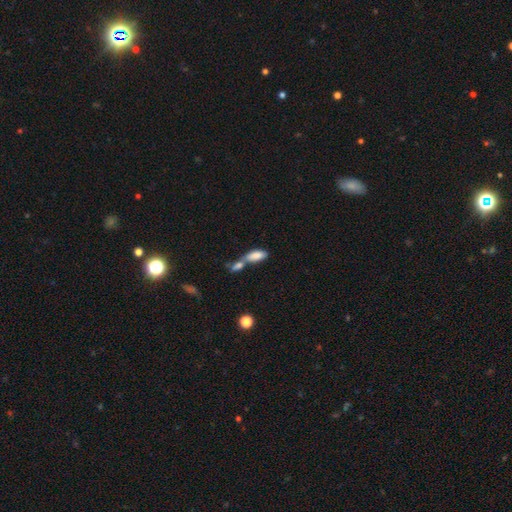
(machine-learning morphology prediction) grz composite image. It shows a smooth galaxy with no disk features (80%) that is in between round and cigar-shaped (81%). Merging: merger (64%).